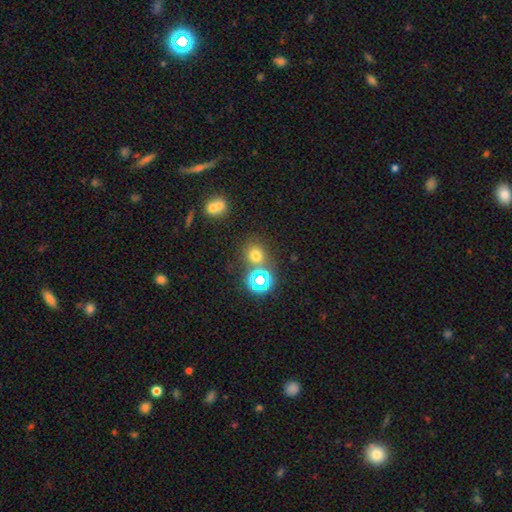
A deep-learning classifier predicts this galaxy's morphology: A smooth galaxy with no disk features (64%) that is round (82%).

Vote fractions:
- Smooth or featured? smooth: 64% / star or artifact: 28% / featured or disk: 7%
- How rounded? round: 82% / in between: 17% / cigar-shaped: 1%
- Merging? none: 70% / merger: 17% / minor disturbance: 9% / major disturbance: 4%